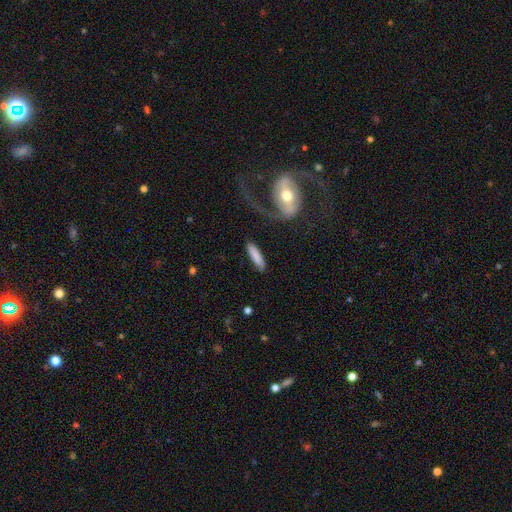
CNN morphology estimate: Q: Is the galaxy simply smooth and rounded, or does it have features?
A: smooth — 81%.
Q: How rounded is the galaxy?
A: cigar-shaped — 77%.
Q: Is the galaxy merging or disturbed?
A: none — 82%.